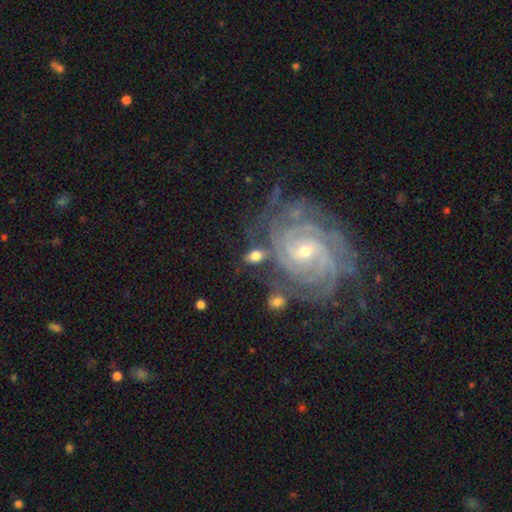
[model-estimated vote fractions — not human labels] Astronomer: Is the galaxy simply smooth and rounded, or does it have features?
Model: featured or disk — 51% (runner-up: smooth, 40%).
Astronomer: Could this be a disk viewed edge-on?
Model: no — 94%.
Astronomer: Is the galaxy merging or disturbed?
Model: none — 59%.